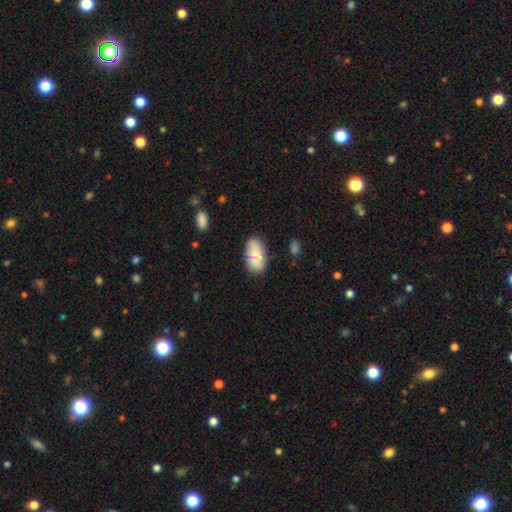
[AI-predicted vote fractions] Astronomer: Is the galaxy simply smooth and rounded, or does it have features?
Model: smooth — 74%.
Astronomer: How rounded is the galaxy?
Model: in between — 93%.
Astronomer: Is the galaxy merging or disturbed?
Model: none — 77%.